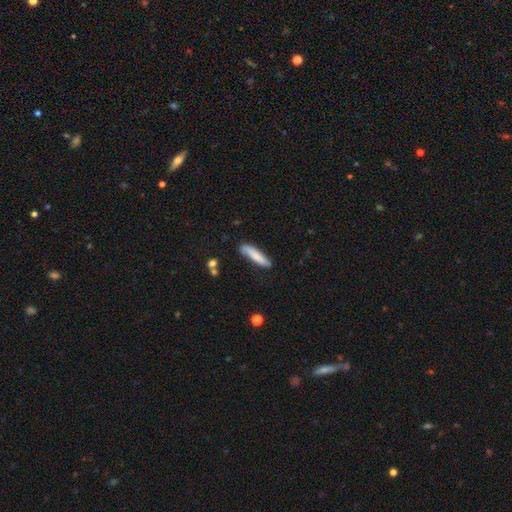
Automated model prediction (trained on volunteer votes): smooth 75%, featured or disk 19%, star or artifact 6%. Down the decision tree: how rounded — cigar-shaped (83%); merging — none (78%).